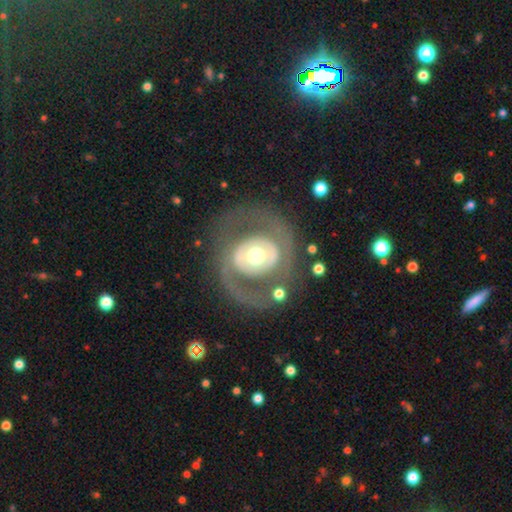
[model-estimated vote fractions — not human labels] This appears to be a featured or disk galaxy (70%) with no bar (71%), no spiral arms (61%) and a moderate central bulge (62%). Merging: none (69%).